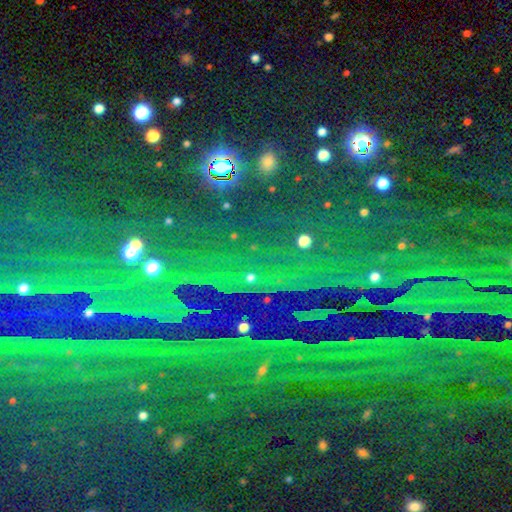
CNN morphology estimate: Q: Smooth or featured?
A: star or artifact (83%); runner-up: smooth (10%)